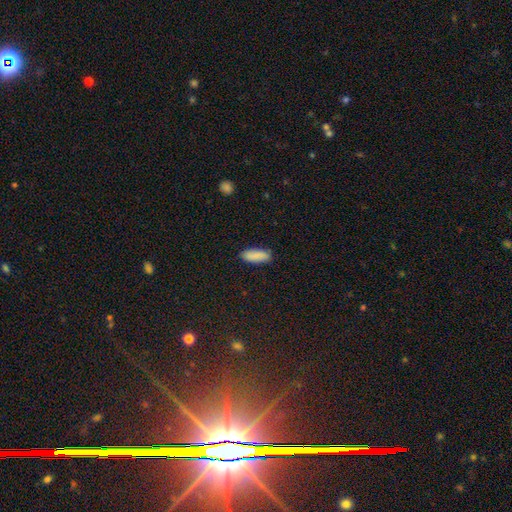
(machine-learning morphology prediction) Q: Smooth or featured?
A: smooth (88%); runner-up: star or artifact (6%)
Q: How rounded?
A: in between (71%); runner-up: cigar-shaped (27%)
Q: Merging?
A: none (87%); runner-up: minor disturbance (10%)